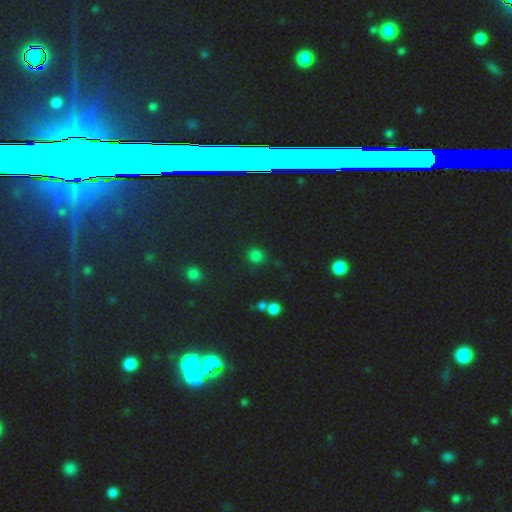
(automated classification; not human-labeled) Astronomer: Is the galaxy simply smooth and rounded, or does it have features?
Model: smooth — 69%.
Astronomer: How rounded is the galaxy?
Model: round — 78%.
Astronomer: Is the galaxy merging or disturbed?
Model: none — 76%.